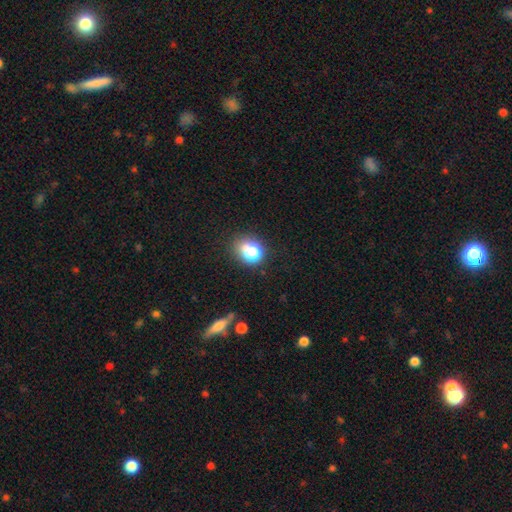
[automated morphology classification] The model was most divided on "how rounded": round: 60%, in between: 37%, cigar-shaped: 3%. More confident: merging — none (87%); smooth or featured — smooth (72%).